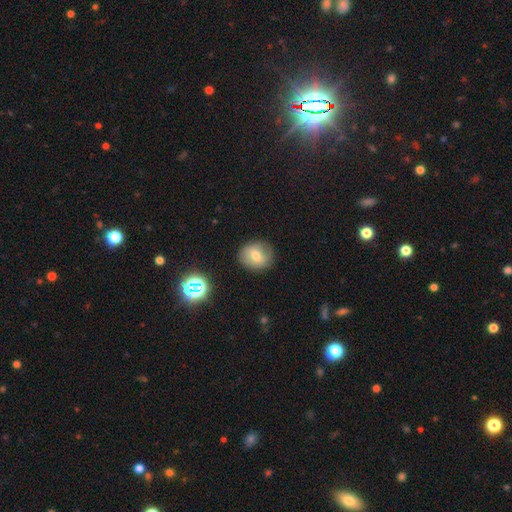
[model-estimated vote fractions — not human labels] A smooth galaxy with no disk features (59%) that is round (78%).

Vote fractions:
- Smooth or featured? smooth: 59% / featured or disk: 29% / star or artifact: 12%
- How rounded? round: 78% / in between: 21% / cigar-shaped: 1%
- Merging? none: 85% / minor disturbance: 11% / major disturbance: 3% / merger: 2%